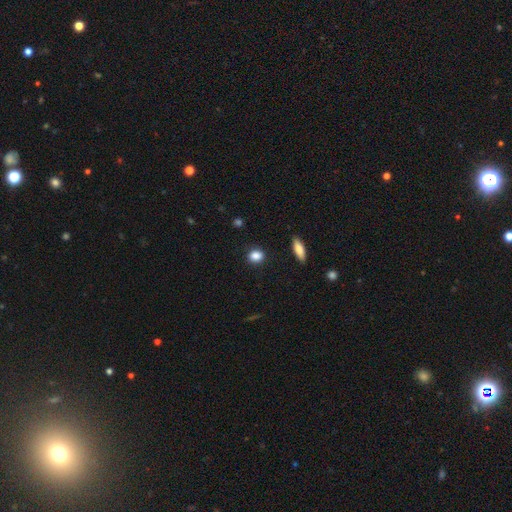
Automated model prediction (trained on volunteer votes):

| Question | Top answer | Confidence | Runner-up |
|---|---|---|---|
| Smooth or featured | smooth | 86% | star or artifact (9%) |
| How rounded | round | 50% | in between (48%) |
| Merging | none | 86% | minor disturbance (10%) |